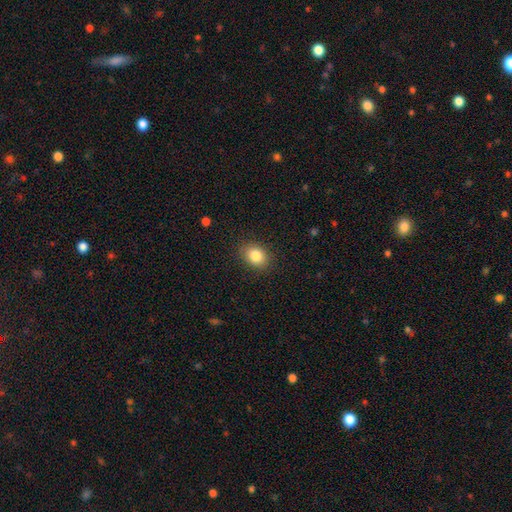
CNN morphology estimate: A smooth galaxy with no disk features (84%) that is in between round and cigar-shaped (60%).

Vote fractions:
- Smooth or featured? smooth: 84% / star or artifact: 9% / featured or disk: 7%
- How rounded? in between: 60% / round: 39% / cigar-shaped: 1%
- Merging? none: 87% / minor disturbance: 10% / major disturbance: 3% / merger: 1%